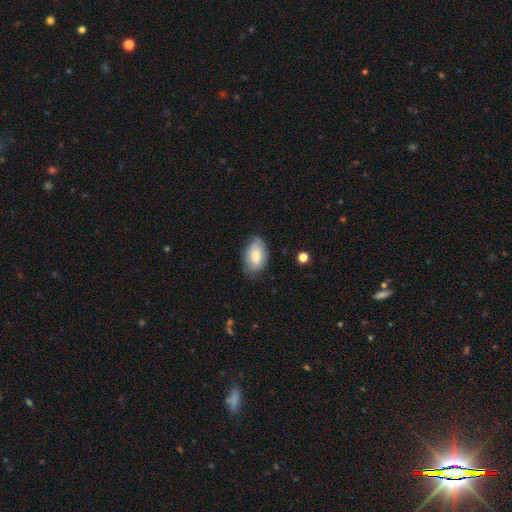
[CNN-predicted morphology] This appears to be a smooth galaxy with no disk features (70%) that is in between round and cigar-shaped (92%). Merging: none (63%).